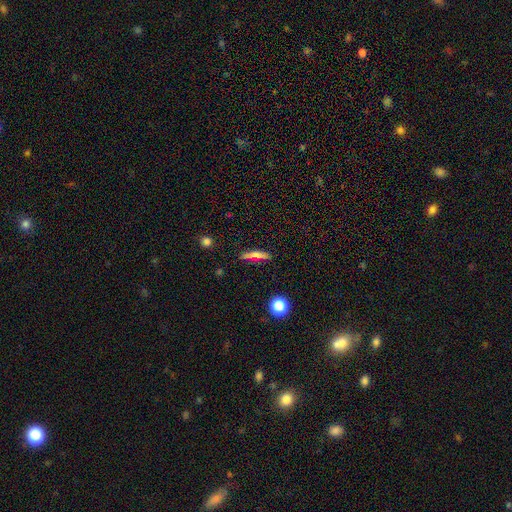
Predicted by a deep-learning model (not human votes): Overall: smooth (55%; featured or disk 35%). How rounded: cigar-shaped (80%). Merging: none (86%).